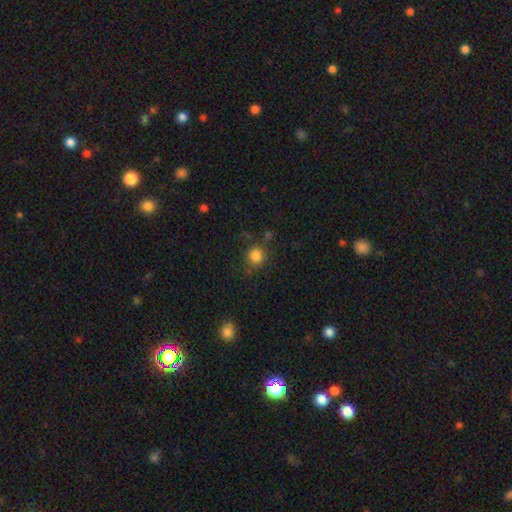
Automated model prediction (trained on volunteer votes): Overall: smooth (83%). How rounded: round (89%). Merging: none (75%).